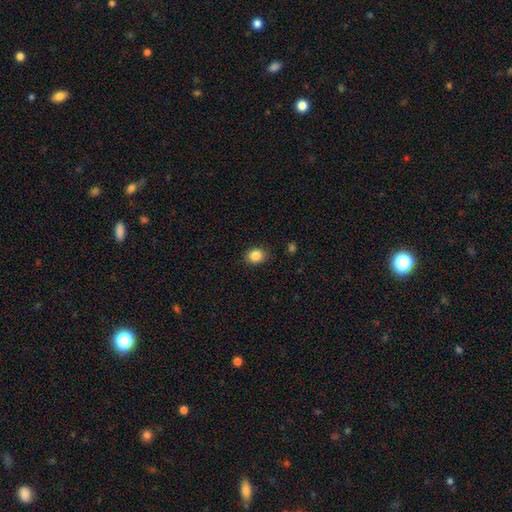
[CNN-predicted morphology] Smooth or featured: smooth — 86% (star or artifact — 10%)
How rounded: round — 57% (in between — 42%)
Merging: none — 88% (minor disturbance — 9%)